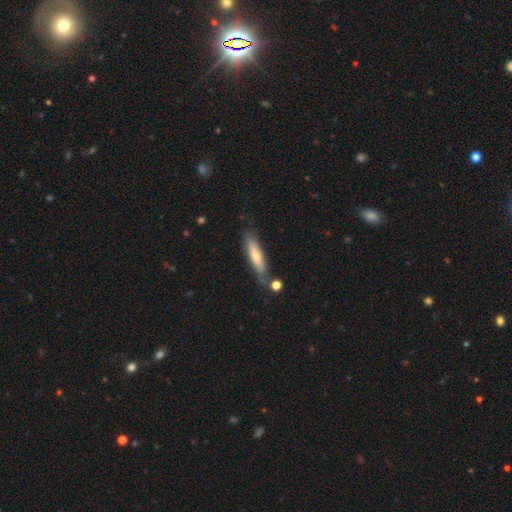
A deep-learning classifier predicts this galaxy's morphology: A smooth galaxy with no disk features (60%) that is cigar-shaped (71%).

Vote fractions:
- Smooth or featured? smooth: 60% / featured or disk: 34% / star or artifact: 6%
- How rounded? cigar-shaped: 71% / in between: 28% / round: 2%
- Merging? none: 61% / minor disturbance: 22% / merger: 10% / major disturbance: 8%